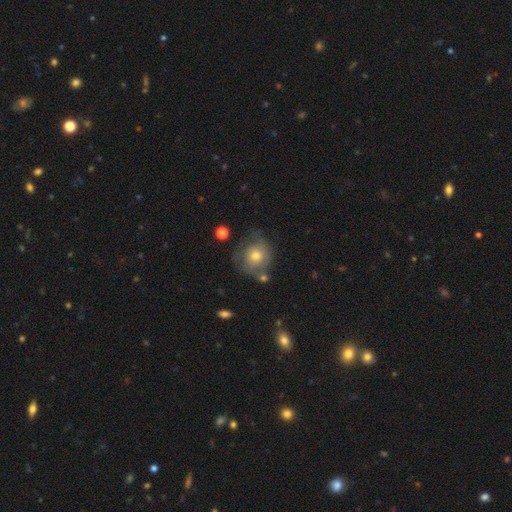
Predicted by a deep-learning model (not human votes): The model was most divided on "smooth or featured" (2-way tie): smooth: 45%, featured or disk: 45%, star or artifact: 9%. More confident: merging — none (59%).